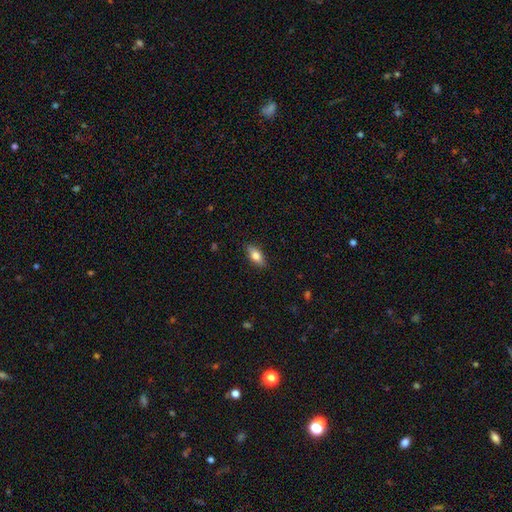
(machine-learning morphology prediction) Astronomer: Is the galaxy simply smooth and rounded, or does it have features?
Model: smooth — 74%.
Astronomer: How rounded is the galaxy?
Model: in between — 83%.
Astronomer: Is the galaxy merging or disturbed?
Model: none — 87%.